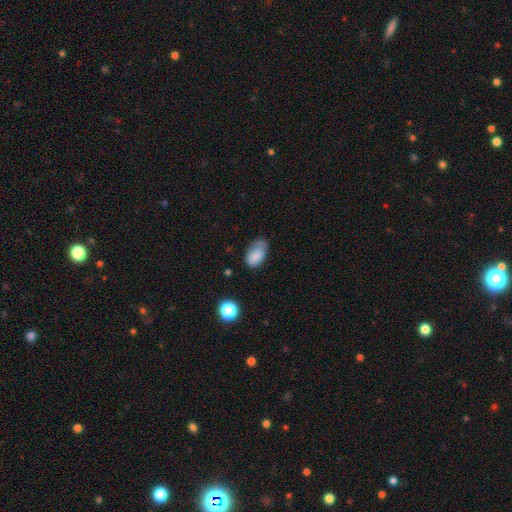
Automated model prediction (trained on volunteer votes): A smooth galaxy with no disk features (82%) that is in between round and cigar-shaped (91%).

Vote fractions:
- Smooth or featured? smooth: 82% / featured or disk: 9% / star or artifact: 9%
- How rounded? in between: 91% / round: 7% / cigar-shaped: 2%
- Merging? none: 52% / minor disturbance: 34% / major disturbance: 12% / merger: 3%